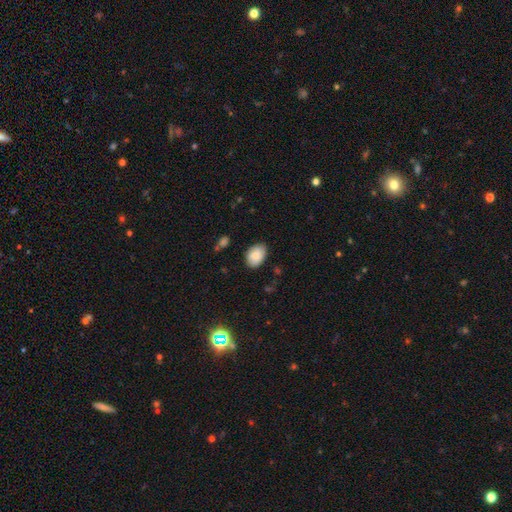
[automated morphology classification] type=smooth (82%); roundness=in between (83%); merging=none (78%).